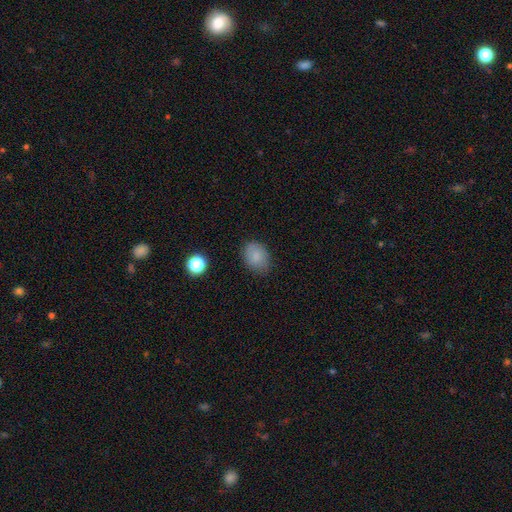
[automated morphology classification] This appears to be a smooth galaxy with no disk features (84%) that is in between round and cigar-shaped (67%). Merging: none (80%).